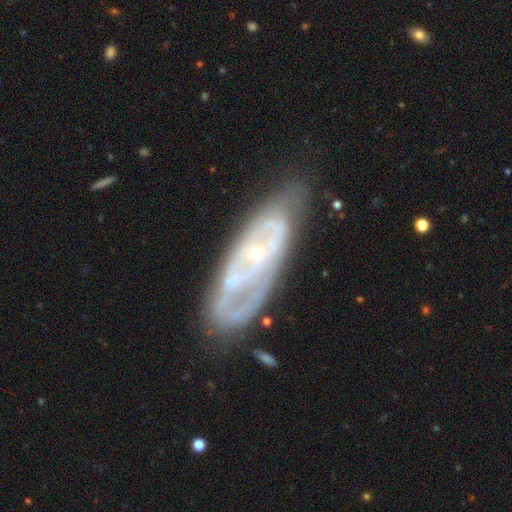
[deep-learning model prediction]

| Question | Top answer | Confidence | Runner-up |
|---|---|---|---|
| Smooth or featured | featured or disk | 78% | smooth (16%) |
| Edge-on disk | no | 85% | yes (15%) |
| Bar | no | 68% | weak (23%) |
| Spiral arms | yes | 69% | no (31%) |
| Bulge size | small | 76% | moderate (18%) |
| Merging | none | 66% | minor disturbance (22%) |